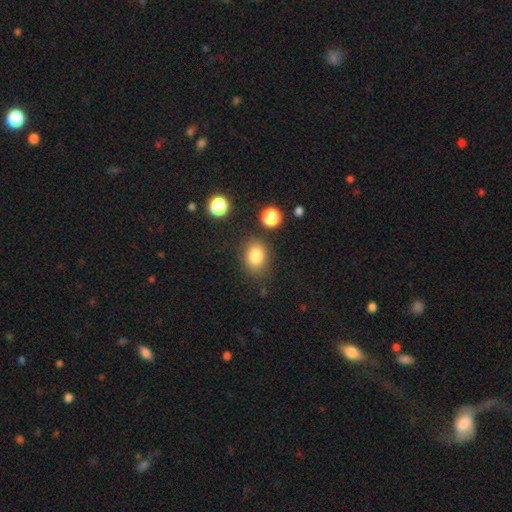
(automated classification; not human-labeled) A smooth galaxy with no disk features (82%) that is in between round and cigar-shaped (61%). Merging: none (79%).